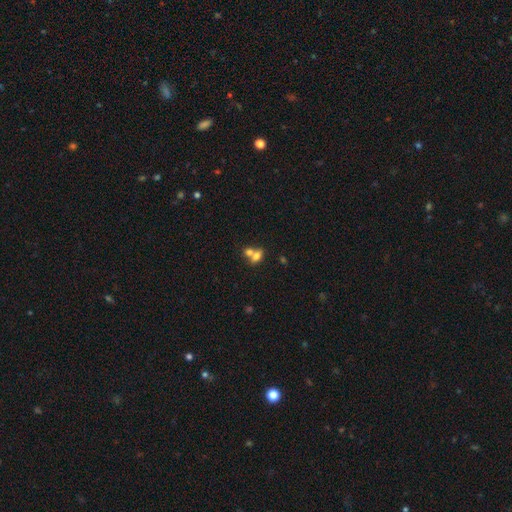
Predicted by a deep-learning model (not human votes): Smooth or featured?
  - smooth: 72% *
  - featured or disk: 18%
  - star or artifact: 11%
How rounded?
  - in between: 72% *
  - round: 24%
  - cigar-shaped: 4%
Merging?
  - merger: 59% *
  - none: 29%
  - minor disturbance: 8%
  - major disturbance: 4%